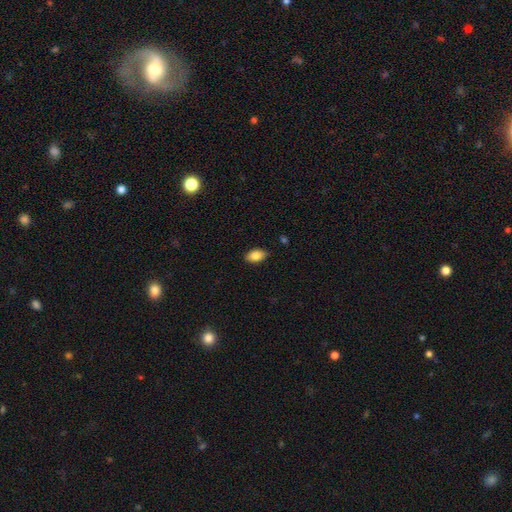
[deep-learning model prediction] smooth 84%, featured or disk 8%, star or artifact 7%. Down the decision tree: how rounded — in between (92%); merging — none (88%).